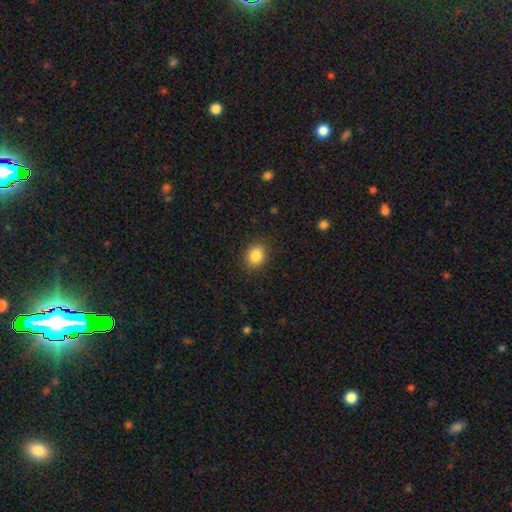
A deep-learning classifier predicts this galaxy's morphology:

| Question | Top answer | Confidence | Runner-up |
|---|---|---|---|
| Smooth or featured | smooth | 85% | star or artifact (9%) |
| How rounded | round | 62% | in between (37%) |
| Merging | none | 88% | minor disturbance (8%) |